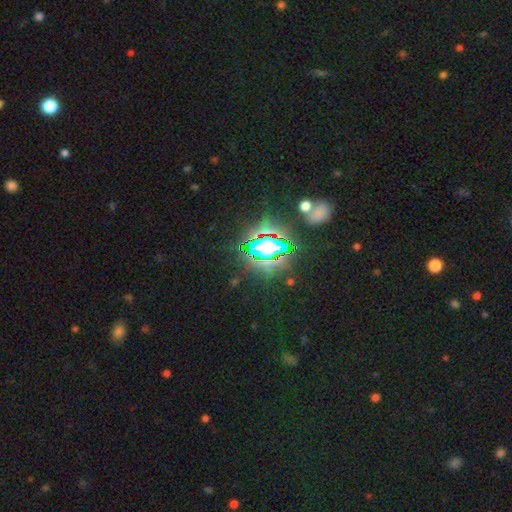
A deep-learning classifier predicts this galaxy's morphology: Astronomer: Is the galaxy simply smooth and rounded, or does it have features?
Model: star or artifact — 84%.